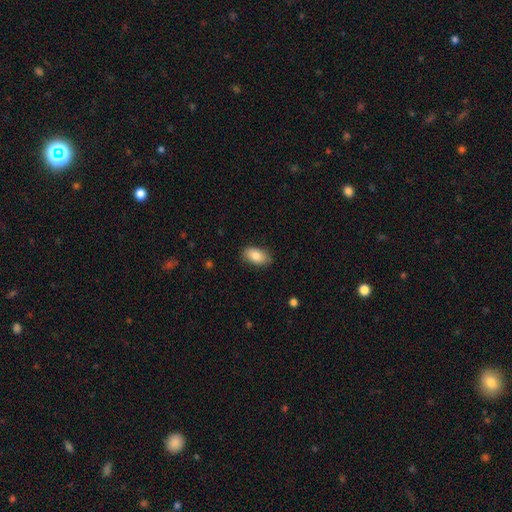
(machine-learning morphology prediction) This is clearly a smooth galaxy (84%). How rounded: clearly in between (93%). Merging: clearly none (85%).